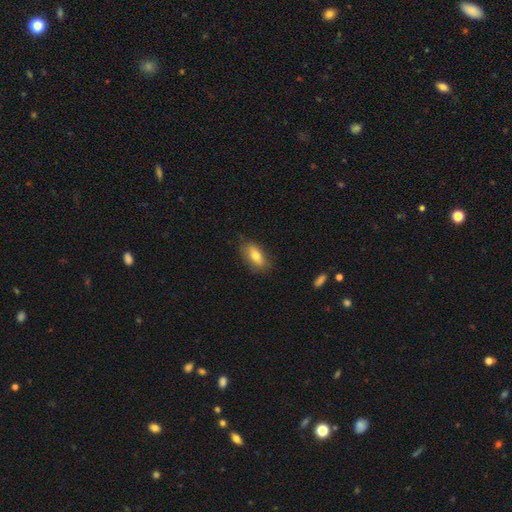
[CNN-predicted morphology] smooth 74%, featured or disk 19%, star or artifact 7%. Down the decision tree: how rounded — in between (84%); merging — none (82%).